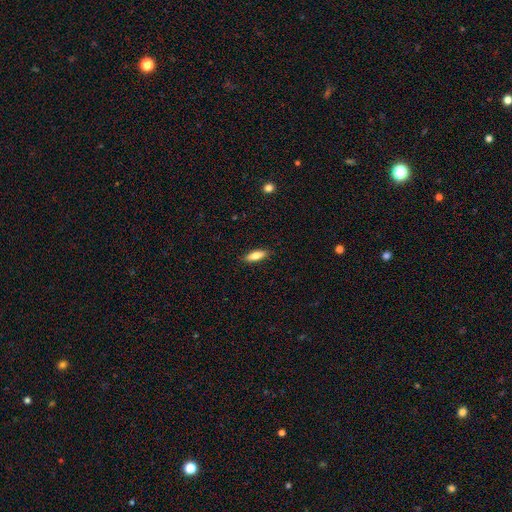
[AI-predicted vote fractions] A smooth galaxy with no disk features (78%) that is in between round and cigar-shaped (59%).

Vote fractions:
- Smooth or featured? smooth: 78% / featured or disk: 16% / star or artifact: 6%
- How rounded? in between: 59% / cigar-shaped: 39% / round: 2%
- Merging? none: 88% / minor disturbance: 9% / major disturbance: 2% / merger: 1%